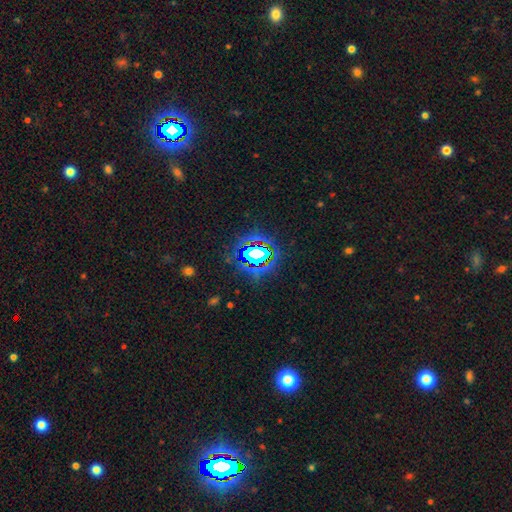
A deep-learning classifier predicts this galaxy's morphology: A star or artifact, not a galaxy (71%).

Vote fractions:
- Smooth or featured? star or artifact: 71% / smooth: 16% / featured or disk: 13%